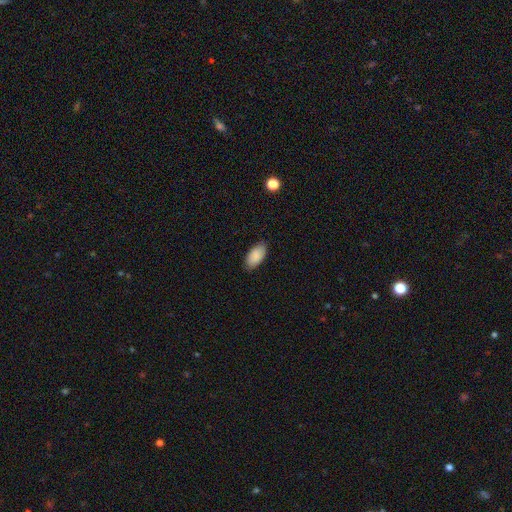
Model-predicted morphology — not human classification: Smooth or featured: smooth — 89% (star or artifact — 6%)
How rounded: in between — 94% (cigar-shaped — 3%)
Merging: none — 84% (minor disturbance — 12%)